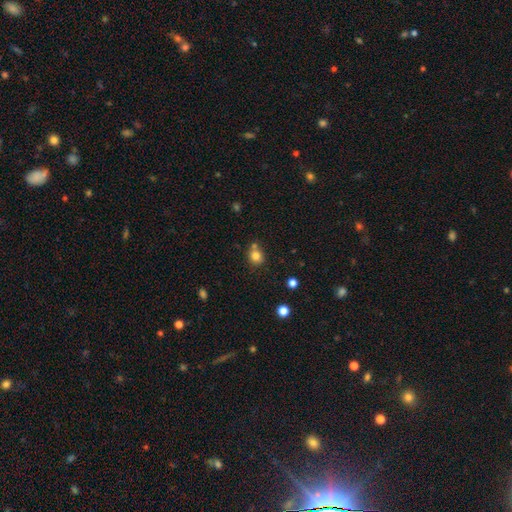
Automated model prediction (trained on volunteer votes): Smooth or featured: smooth — 80% (star or artifact — 13%)
How rounded: round — 81% (in between — 18%)
Merging: none — 66% (merger — 19%)